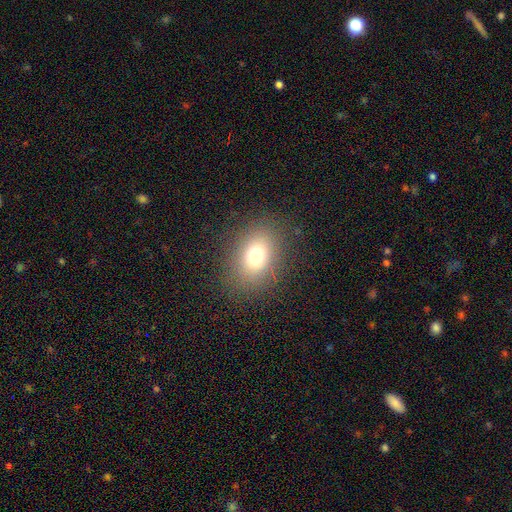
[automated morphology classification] Q: Smooth or featured?
A: smooth (72%); runner-up: star or artifact (16%)
Q: How rounded?
A: in between (63%); runner-up: round (36%)
Q: Merging?
A: none (84%); runner-up: minor disturbance (10%)